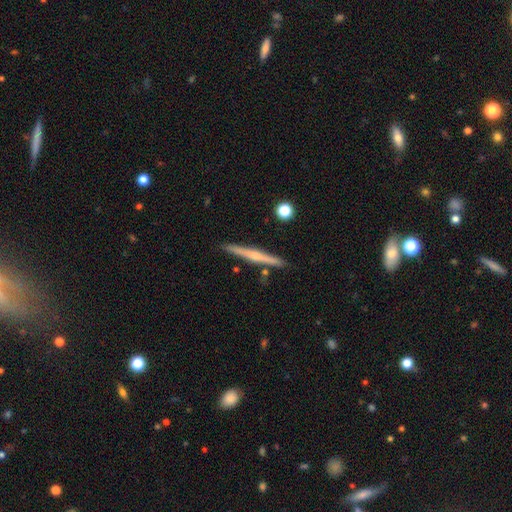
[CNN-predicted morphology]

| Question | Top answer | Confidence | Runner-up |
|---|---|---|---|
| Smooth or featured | featured or disk | 65% | smooth (30%) |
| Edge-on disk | yes | 98% | no (2%) |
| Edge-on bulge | rounded | 64% | none (28%) |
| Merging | none | 89% | minor disturbance (7%) |